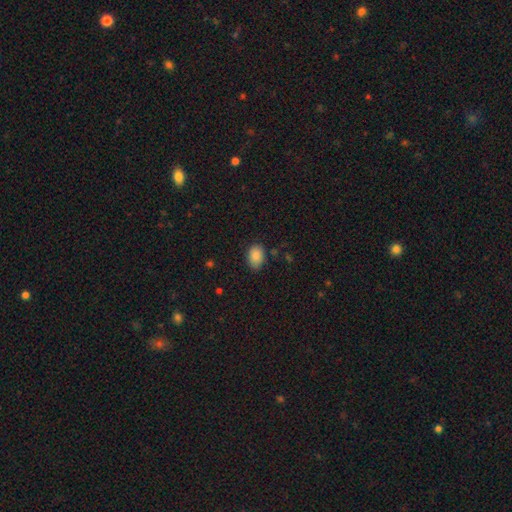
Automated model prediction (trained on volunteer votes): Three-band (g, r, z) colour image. It shows a smooth galaxy with no disk features (88%) that is in between round and cigar-shaped (81%). Merging: none (79%).